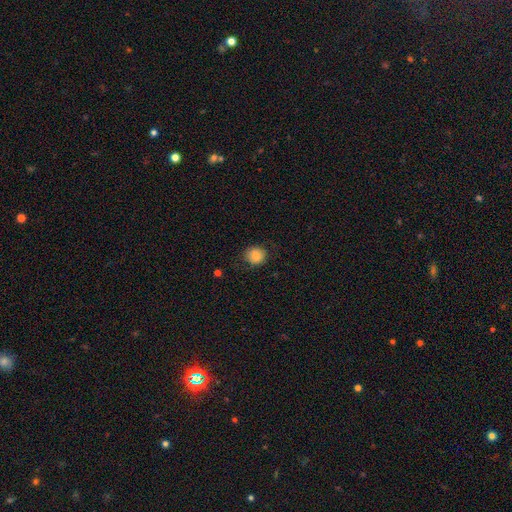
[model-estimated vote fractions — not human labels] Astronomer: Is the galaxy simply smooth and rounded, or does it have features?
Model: smooth — 84%.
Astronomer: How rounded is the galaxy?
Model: round — 85%.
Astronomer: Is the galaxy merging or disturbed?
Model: none — 81%.